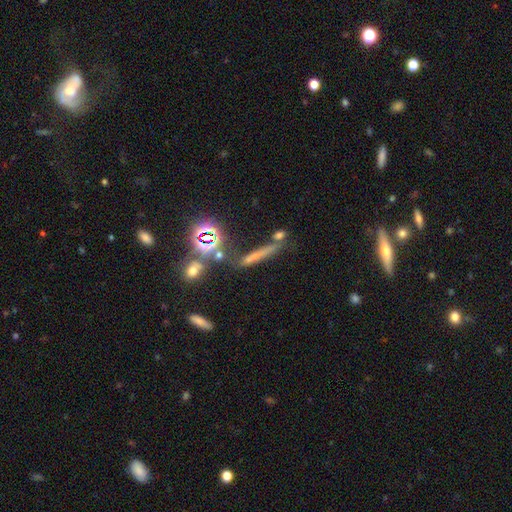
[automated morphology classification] A smooth galaxy with no disk features (48%). Merging: none (60%).